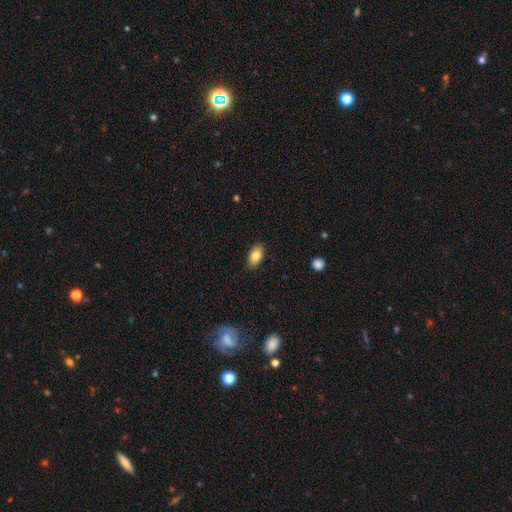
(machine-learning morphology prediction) Smooth or featured?
  - smooth: 84% *
  - featured or disk: 8%
  - star or artifact: 7%
How rounded?
  - in between: 92% *
  - round: 5%
  - cigar-shaped: 3%
Merging?
  - none: 88% *
  - minor disturbance: 9%
  - major disturbance: 2%
  - merger: 1%